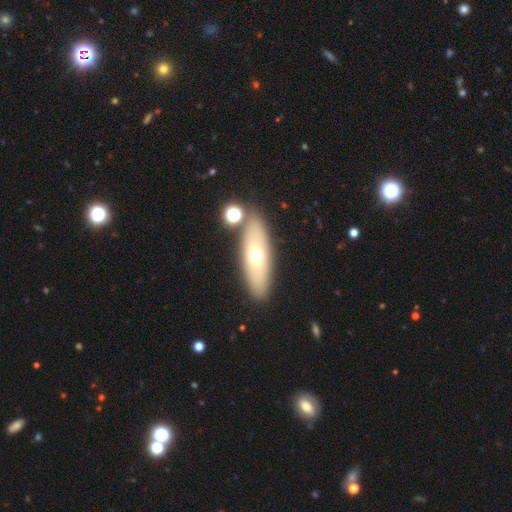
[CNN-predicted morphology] A smooth galaxy with no disk features (58%) that is in between round and cigar-shaped (59%). Merging: none (81%).